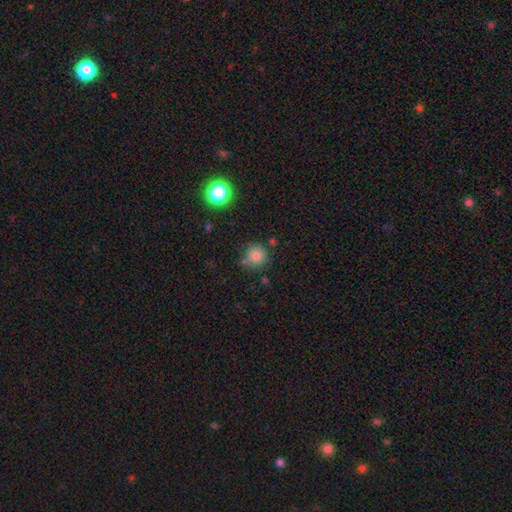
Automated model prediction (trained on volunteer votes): This appears to be a smooth galaxy with no disk features (82%) that is round (92%). Merging: none (76%).